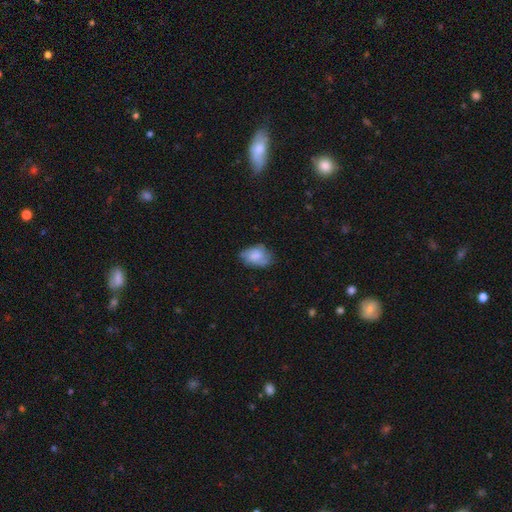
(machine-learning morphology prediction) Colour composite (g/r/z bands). It shows a smooth galaxy with no disk features (62%) that is in between round and cigar-shaped (82%). Merging: none (60%).